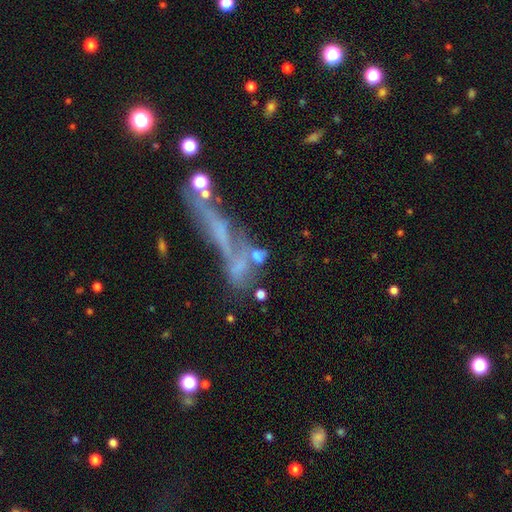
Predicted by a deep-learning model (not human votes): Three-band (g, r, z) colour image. It shows a featured or disk galaxy (42%). Merging: merger (36%).